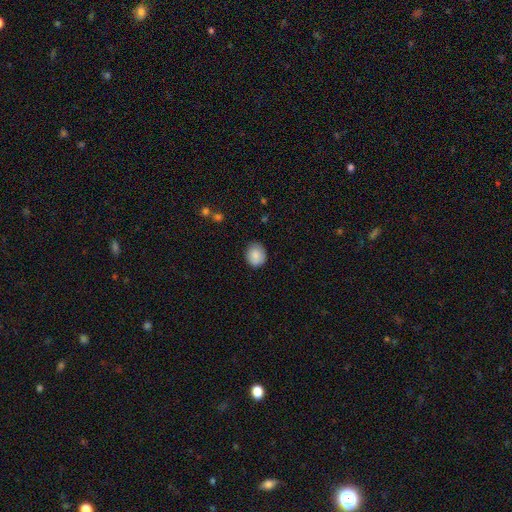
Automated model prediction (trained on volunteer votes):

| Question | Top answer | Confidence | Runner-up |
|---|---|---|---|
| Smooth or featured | smooth | 88% | star or artifact (8%) |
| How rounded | round | 67% | in between (32%) |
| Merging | none | 82% | minor disturbance (14%) |